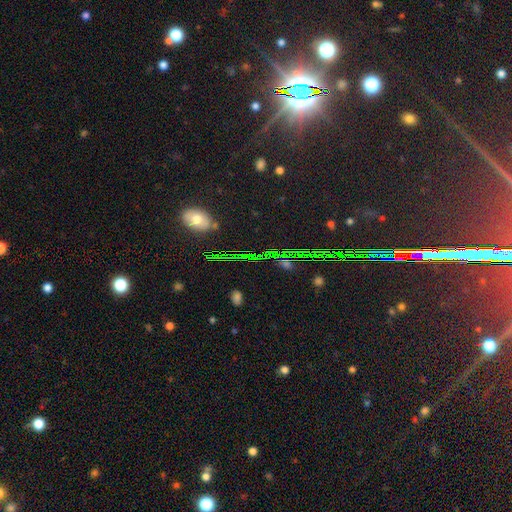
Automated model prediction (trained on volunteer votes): This appears to be a star or artifact, not a galaxy (70%).